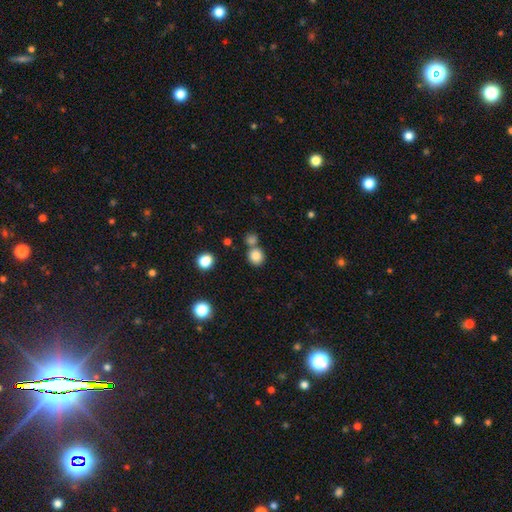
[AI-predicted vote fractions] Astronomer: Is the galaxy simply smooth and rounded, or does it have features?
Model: smooth — 83%.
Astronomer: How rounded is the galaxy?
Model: round — 86%.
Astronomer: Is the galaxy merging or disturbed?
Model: none — 65%.